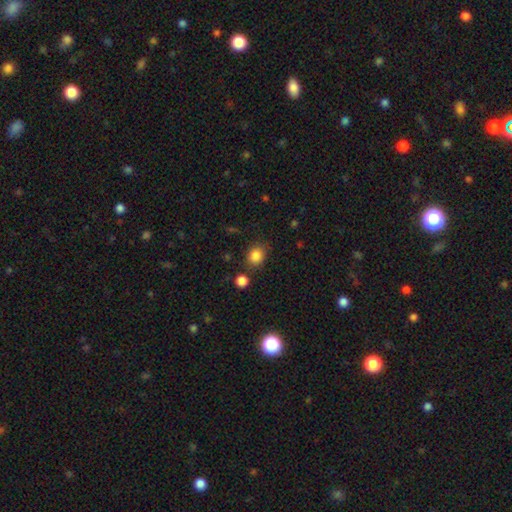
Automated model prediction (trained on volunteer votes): smooth_or_featured: smooth (p=0.85) [alt: star or artifact p=0.11]
how_rounded: round (p=0.71) [alt: in between p=0.28]
merging: none (p=0.78) [alt: minor disturbance p=0.13]